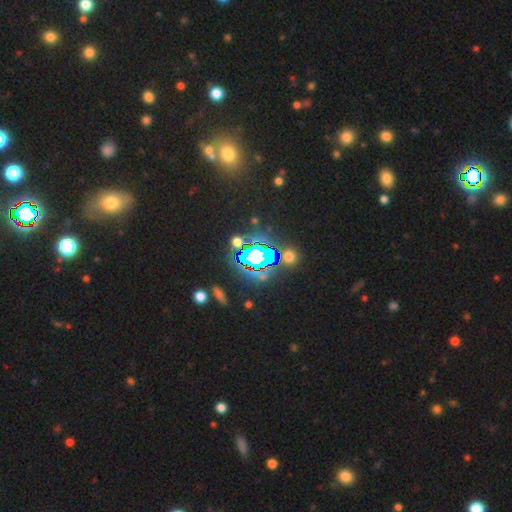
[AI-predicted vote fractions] smooth_or_featured: star or artifact (p=0.75) [alt: smooth p=0.14]